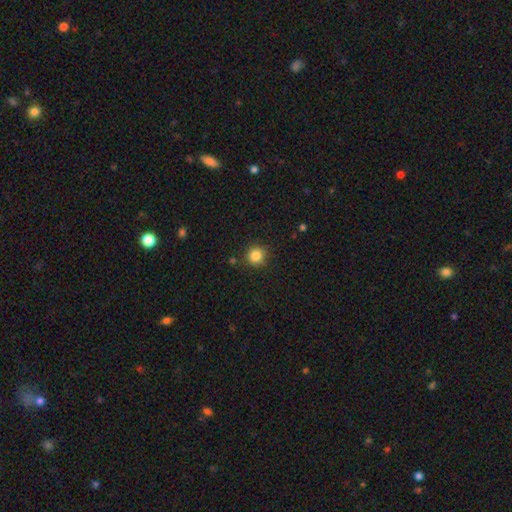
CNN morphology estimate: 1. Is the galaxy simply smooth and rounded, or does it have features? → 84% smooth, 11% star or artifact, 5% featured or disk.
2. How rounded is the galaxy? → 93% round, 6% in between, 1% cigar-shaped.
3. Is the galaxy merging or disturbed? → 86% none, 9% minor disturbance, 3% merger, 2% major disturbance.